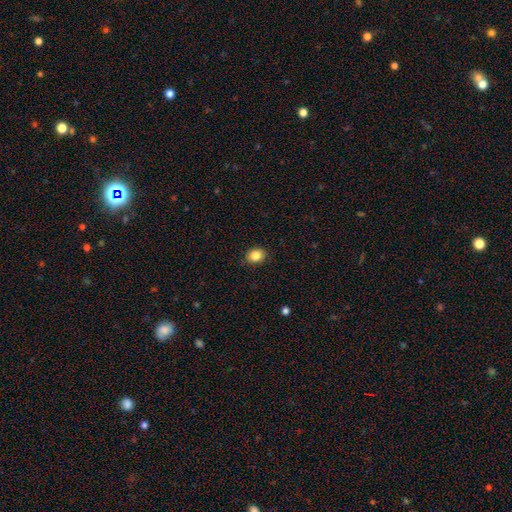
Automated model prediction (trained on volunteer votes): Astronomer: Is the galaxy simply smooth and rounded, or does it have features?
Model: smooth — 84%.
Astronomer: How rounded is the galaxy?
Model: round — 50% (runner-up: in between, 49%).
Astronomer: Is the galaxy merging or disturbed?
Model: none — 86%.